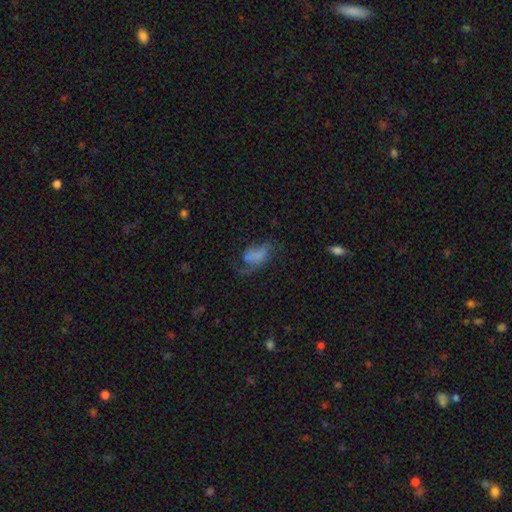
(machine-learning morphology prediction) Q: Smooth or featured?
A: smooth (56%); runner-up: featured or disk (30%)
Q: How rounded?
A: in between (88%); runner-up: round (9%)
Q: Merging?
A: major disturbance (43%); runner-up: none (28%)